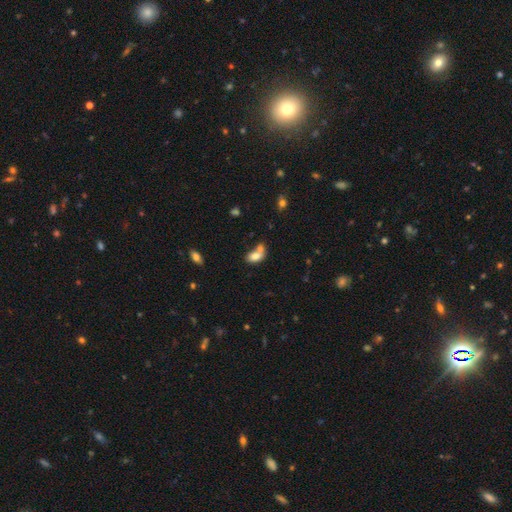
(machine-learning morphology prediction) type=smooth (76%); roundness=in between (85%); merging=merger (56%).